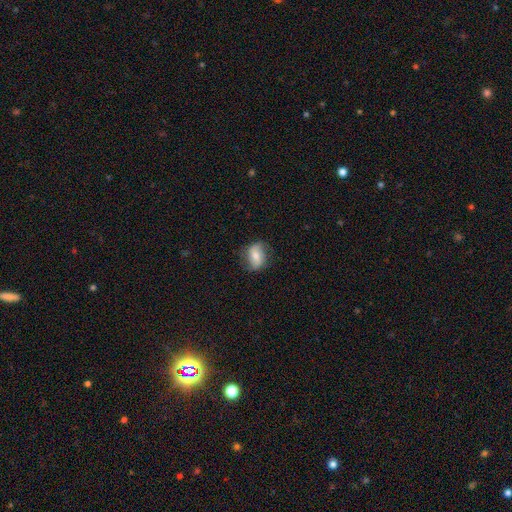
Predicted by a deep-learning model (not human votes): This is possibly a featured or disk galaxy (49%). Merging: likely none (74%).